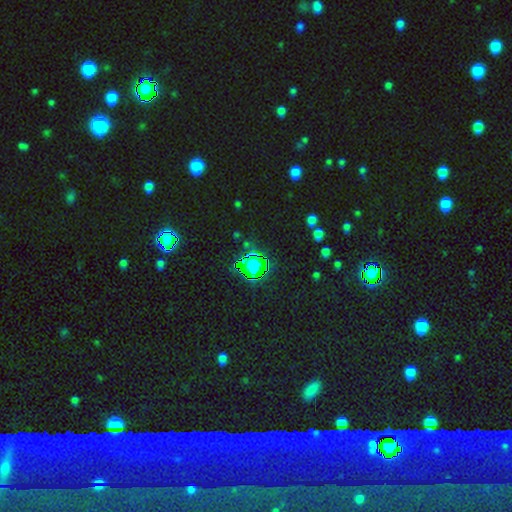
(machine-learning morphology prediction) star or artifact 76%, smooth 16%, featured or disk 8%.